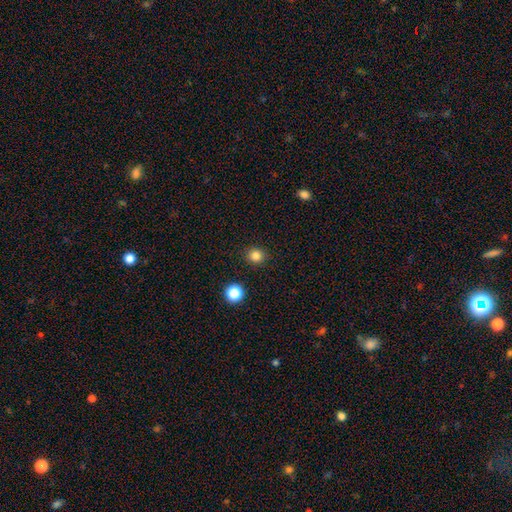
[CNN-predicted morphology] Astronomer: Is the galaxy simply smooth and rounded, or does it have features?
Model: smooth — 82%.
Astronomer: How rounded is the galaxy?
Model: round — 88%.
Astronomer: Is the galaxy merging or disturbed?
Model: none — 91%.